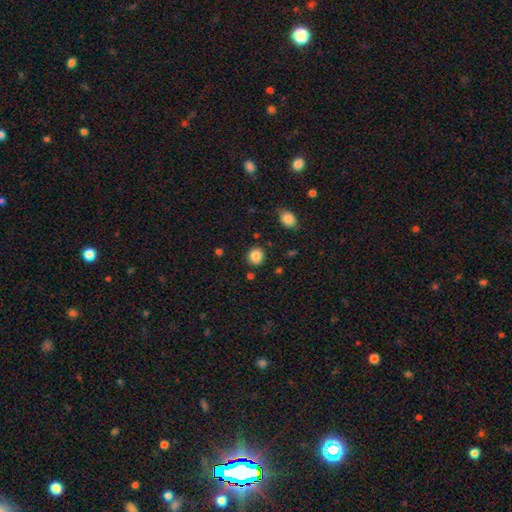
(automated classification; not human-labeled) Overall: smooth (86%). How rounded: round (82%). Merging: none (86%).